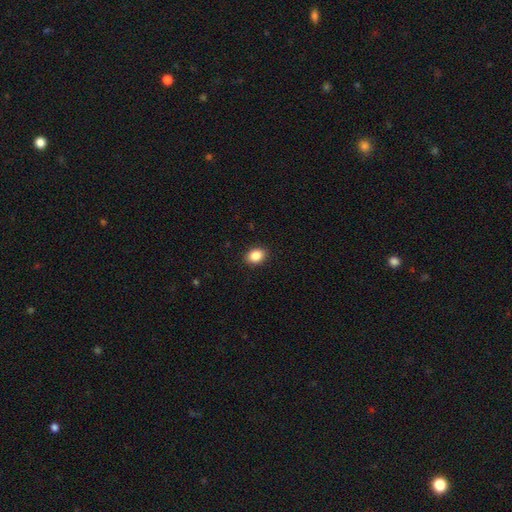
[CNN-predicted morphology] Overall: smooth (87%). How rounded: in between (62%; round 37%). Merging: none (90%).